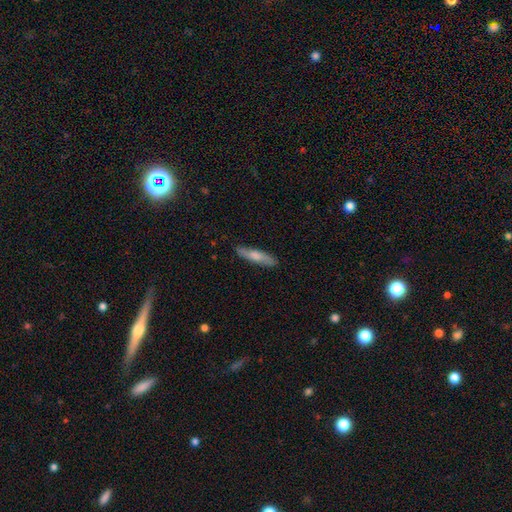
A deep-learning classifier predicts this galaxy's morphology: Smooth or featured?
  - smooth: 66% *
  - featured or disk: 29%
  - star or artifact: 5%
How rounded?
  - cigar-shaped: 80% *
  - in between: 19%
  - round: 2%
Merging?
  - none: 86% *
  - minor disturbance: 11%
  - major disturbance: 2%
  - merger: 1%